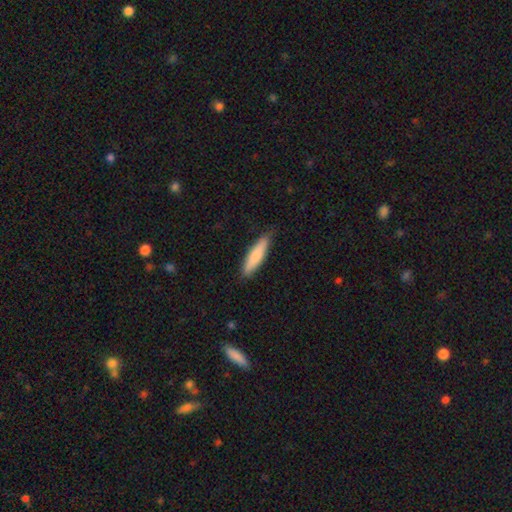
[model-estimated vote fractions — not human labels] smooth 80%, featured or disk 15%, star or artifact 5%. Down the decision tree: how rounded — cigar-shaped (73%); merging — none (82%).